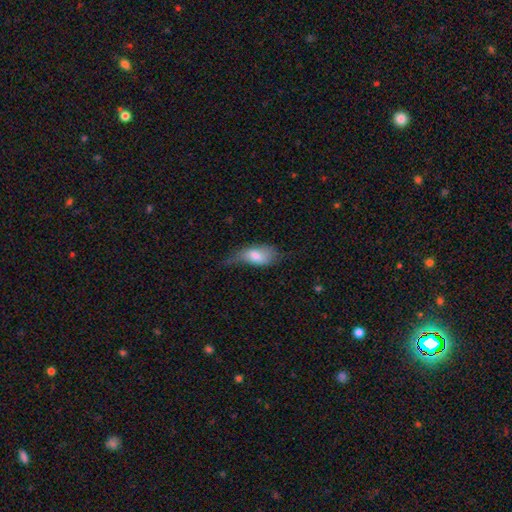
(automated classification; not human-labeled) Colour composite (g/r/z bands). It shows a smooth galaxy with no disk features (73%) that is in between round and cigar-shaped (88%). Merging: minor disturbance (39%).